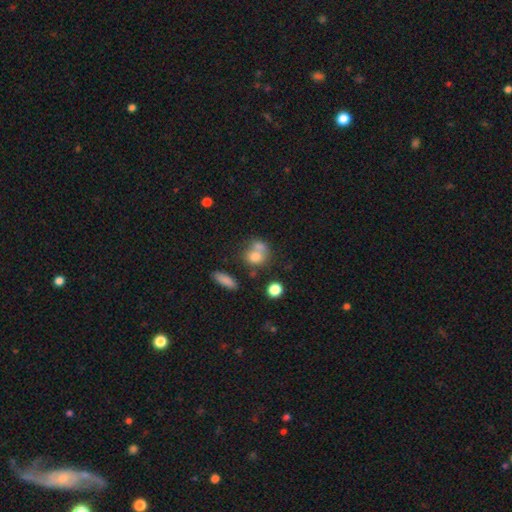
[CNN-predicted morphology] This is likely a smooth galaxy (72%). How rounded: likely round (63%). Merging: possibly merger (49%).